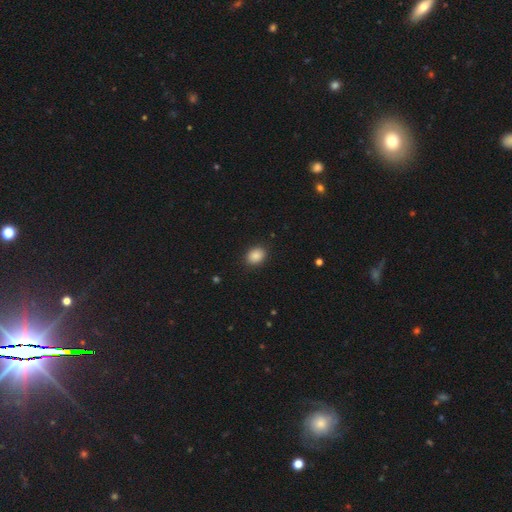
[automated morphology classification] smooth 87%, star or artifact 9%, featured or disk 4%. Down the decision tree: how rounded — in between (62%); merging — none (89%).